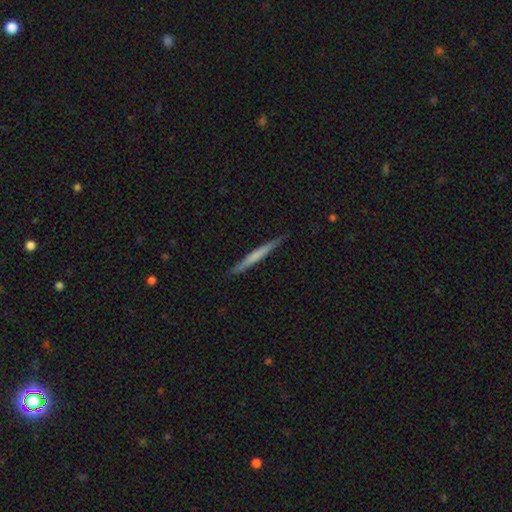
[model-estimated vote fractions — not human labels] This appears to be a smooth galaxy with no disk features (53%) that is cigar-shaped (97%). Merging: none (90%).